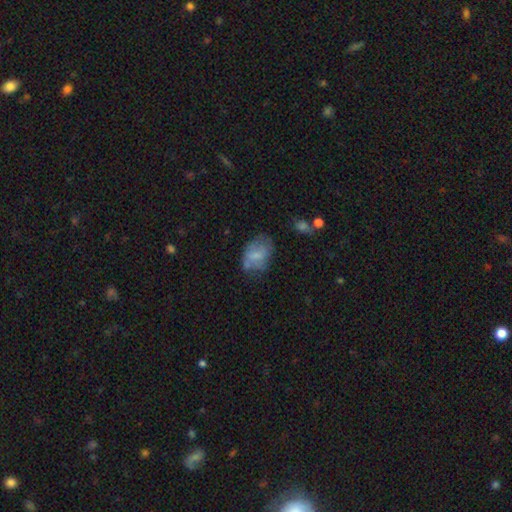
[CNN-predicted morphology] The model was most divided on "merging": none: 47%, minor disturbance: 32%, major disturbance: 16%, merger: 5%. More confident: how rounded — in between (81%); smooth or featured — smooth (61%).